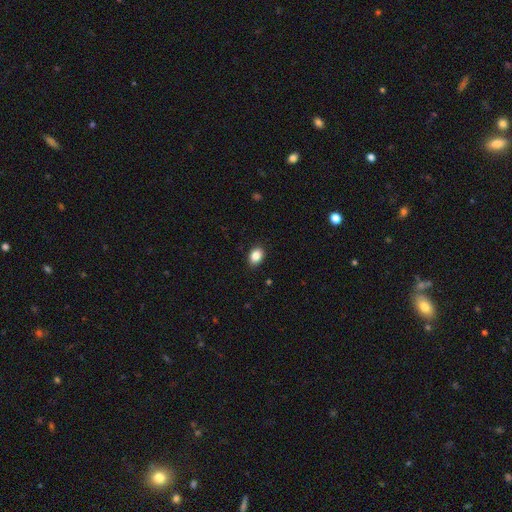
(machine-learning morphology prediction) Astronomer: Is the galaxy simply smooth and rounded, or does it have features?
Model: smooth — 86%.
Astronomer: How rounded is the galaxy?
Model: in between — 72%.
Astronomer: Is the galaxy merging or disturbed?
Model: none — 89%.